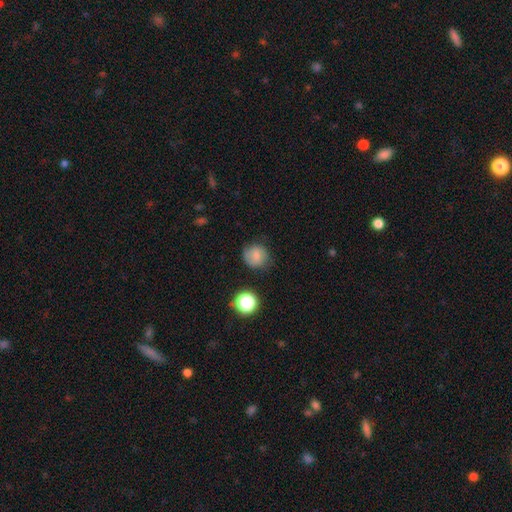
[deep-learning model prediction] smooth 71%, featured or disk 17%, star or artifact 11%. Down the decision tree: how rounded — round (86%); merging — none (73%).